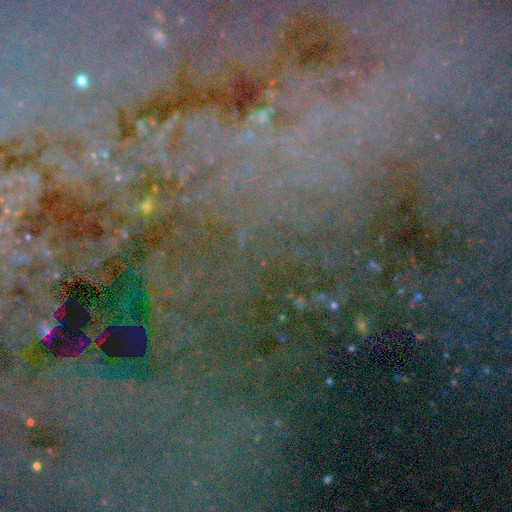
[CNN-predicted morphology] smooth-or-featured: star or artifact: 84% | featured or disk: 9% | smooth: 7%